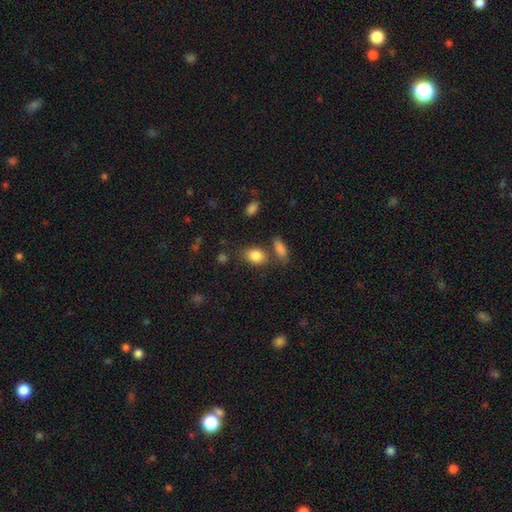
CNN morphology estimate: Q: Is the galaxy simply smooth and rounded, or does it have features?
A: smooth — 85%.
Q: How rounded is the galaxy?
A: in between — 76%.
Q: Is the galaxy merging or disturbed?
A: none — 68%.